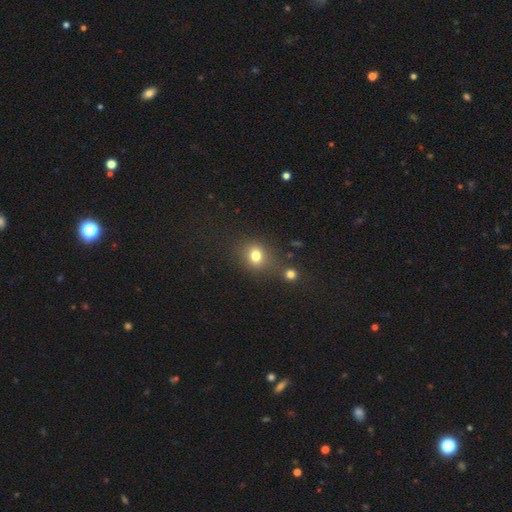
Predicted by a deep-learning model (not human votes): Smooth or featured? Predicted: smooth (p=0.77). How rounded? Predicted: round (p=0.66). Merging? Predicted: none (p=0.70).